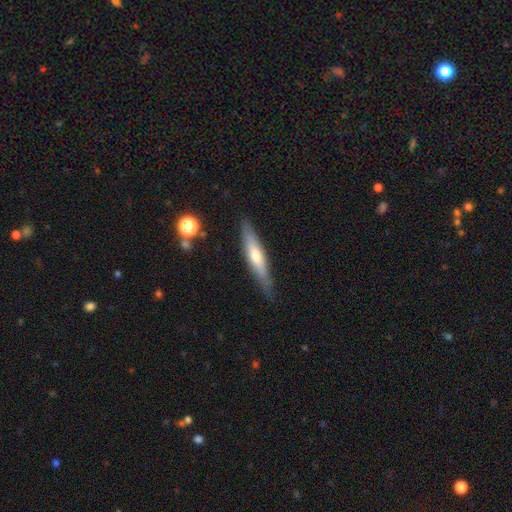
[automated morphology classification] Smooth or featured? Predicted: featured or disk (p=0.48). Merging? Predicted: none (p=0.82).